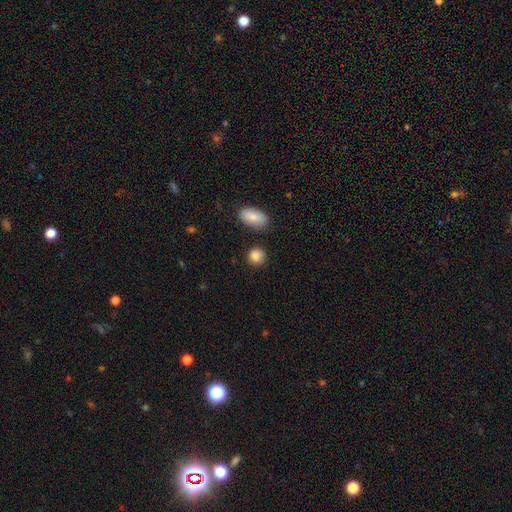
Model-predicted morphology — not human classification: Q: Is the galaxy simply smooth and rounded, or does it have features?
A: smooth — 87%.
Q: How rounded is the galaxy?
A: round — 80%.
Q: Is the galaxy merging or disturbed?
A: none — 81%.